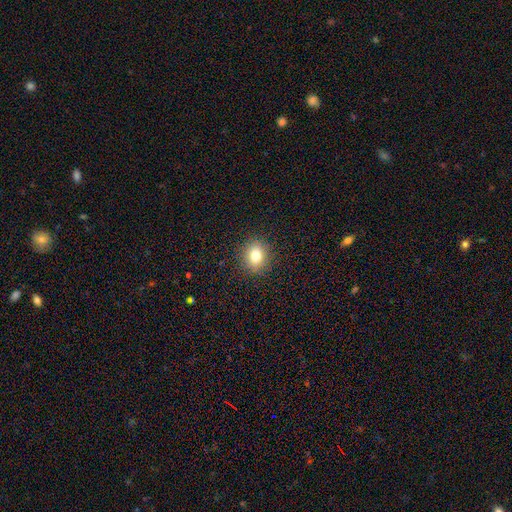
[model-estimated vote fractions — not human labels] Smooth or featured? Predicted: smooth (p=0.79). How rounded? Predicted: round (p=0.66). Merging? Predicted: none (p=0.89).